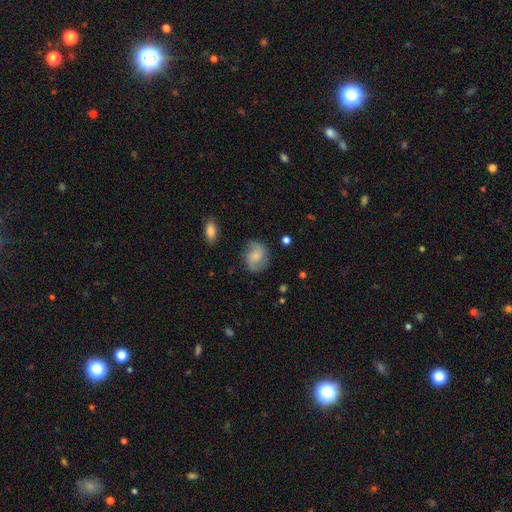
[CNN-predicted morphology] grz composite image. It shows a smooth galaxy with no disk features (53%) that is round (64%). Merging: none (74%).